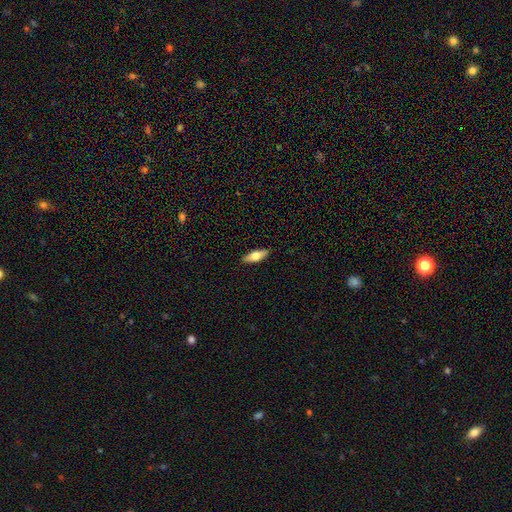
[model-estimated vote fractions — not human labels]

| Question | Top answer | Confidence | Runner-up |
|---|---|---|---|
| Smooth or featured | smooth | 68% | featured or disk (26%) |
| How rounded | in between | 65% | cigar-shaped (32%) |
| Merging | none | 89% | minor disturbance (8%) |